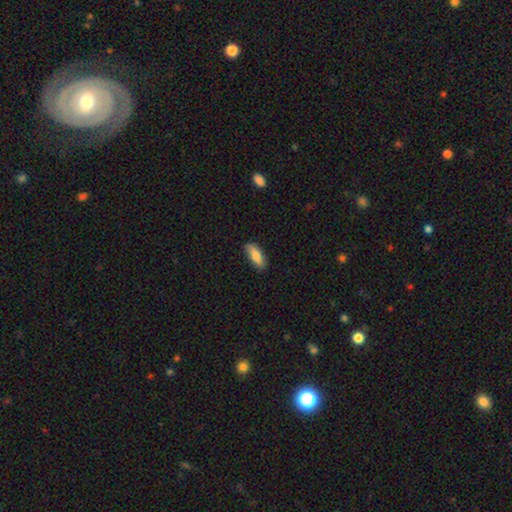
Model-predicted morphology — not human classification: This appears to be a smooth galaxy with no disk features (75%) that is in between round and cigar-shaped (66%). Merging: none (83%).